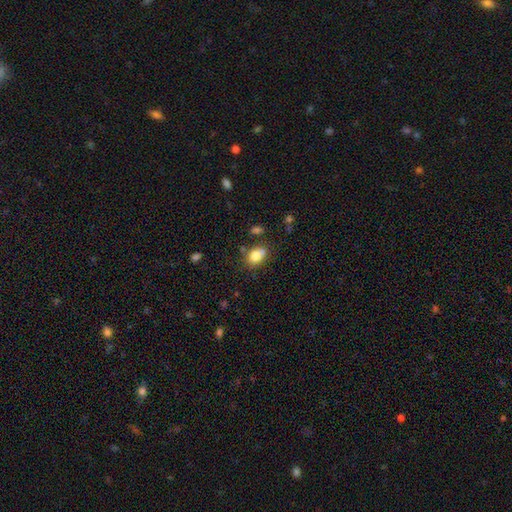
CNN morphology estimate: Smooth or featured? smooth (79%)
How rounded? in between (65%)
Merging? none (57%)